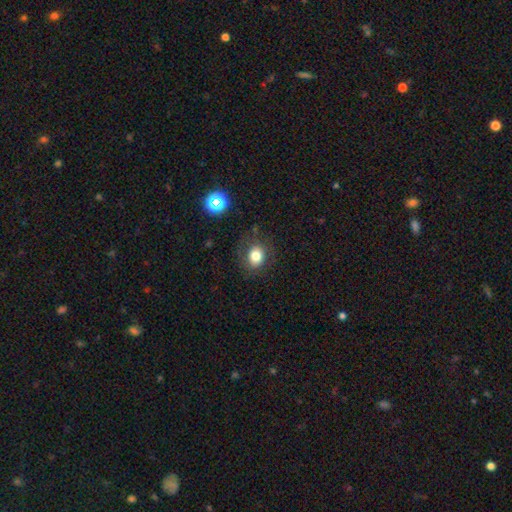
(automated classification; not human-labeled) smooth_or_featured: smooth (p=0.77) [alt: star or artifact p=0.12]
how_rounded: round (p=0.66) [alt: in between p=0.34]
merging: none (p=0.79) [alt: minor disturbance p=0.14]